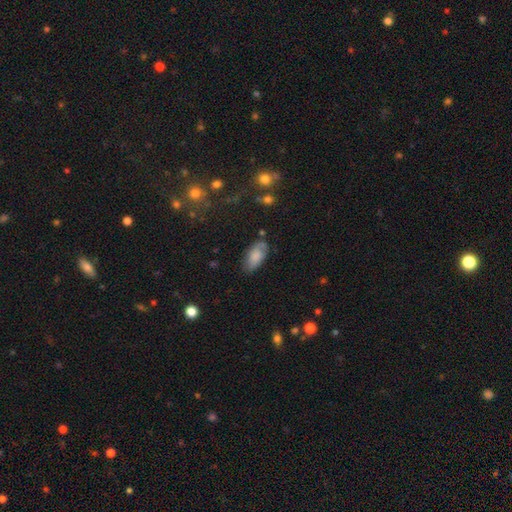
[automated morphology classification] Smooth or featured? Predicted: smooth (p=0.73). How rounded? Predicted: in between (p=0.91). Merging? Predicted: none (p=0.69).